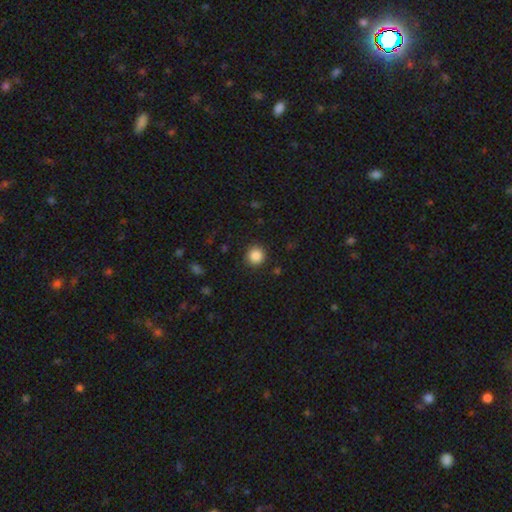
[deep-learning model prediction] Smooth or featured?
  - smooth: 87% *
  - star or artifact: 10%
  - featured or disk: 3%
How rounded?
  - round: 94% *
  - in between: 6%
  - cigar-shaped: 1%
Merging?
  - none: 91% *
  - minor disturbance: 6%
  - major disturbance: 2%
  - merger: 1%